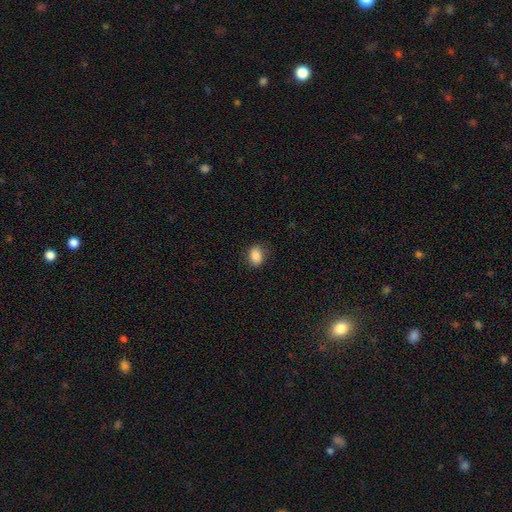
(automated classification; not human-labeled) Smooth or featured? smooth (87%)
How rounded? in between (69%)
Merging? none (80%)